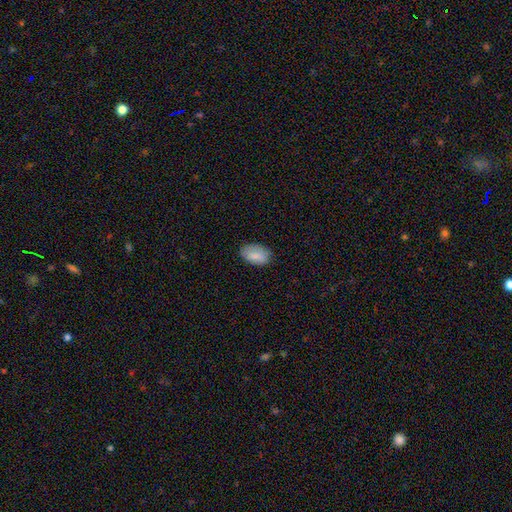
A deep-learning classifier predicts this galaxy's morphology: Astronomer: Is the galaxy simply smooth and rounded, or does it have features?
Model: smooth — 84%.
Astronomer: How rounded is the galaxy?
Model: in between — 93%.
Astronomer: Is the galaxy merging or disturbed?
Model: none — 79%.